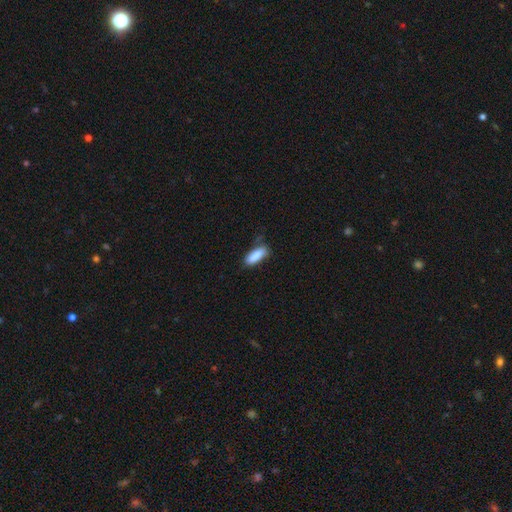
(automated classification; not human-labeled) Smooth or featured? Predicted: smooth (p=0.87). How rounded? Predicted: in between (p=0.65). Merging? Predicted: none (p=0.64).